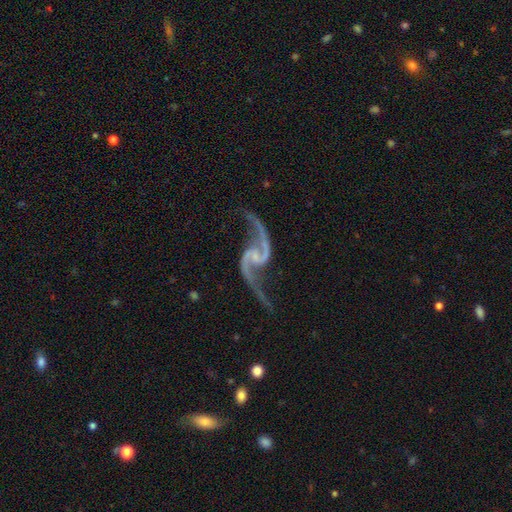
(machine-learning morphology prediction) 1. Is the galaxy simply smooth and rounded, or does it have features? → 94% featured or disk, 4% star or artifact, 2% smooth.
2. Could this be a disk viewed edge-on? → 98% no, 2% yes.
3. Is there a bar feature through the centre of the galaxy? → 43% no, 41% weak, 16% strong.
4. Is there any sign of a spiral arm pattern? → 98% yes, 2% no.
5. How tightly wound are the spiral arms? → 78% loose, 18% medium, 4% tight.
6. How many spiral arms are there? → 95% 2, 1% 1, 1% can't tell, 1% 3, 1% 4, 1% more than 4.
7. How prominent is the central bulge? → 60% small, 30% none, 9% moderate, 1% large, 1% dominant.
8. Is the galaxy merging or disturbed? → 70% none, 15% minor disturbance, 11% major disturbance, 4% merger.